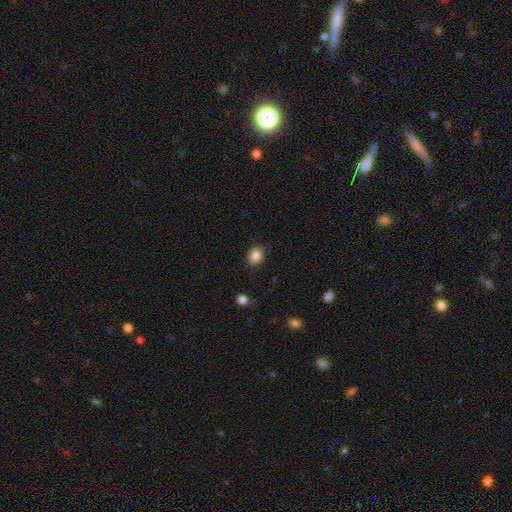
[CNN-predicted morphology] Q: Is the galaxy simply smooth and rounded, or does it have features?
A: smooth — 86%.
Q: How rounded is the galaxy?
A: round — 57%.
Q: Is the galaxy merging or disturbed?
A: none — 87%.